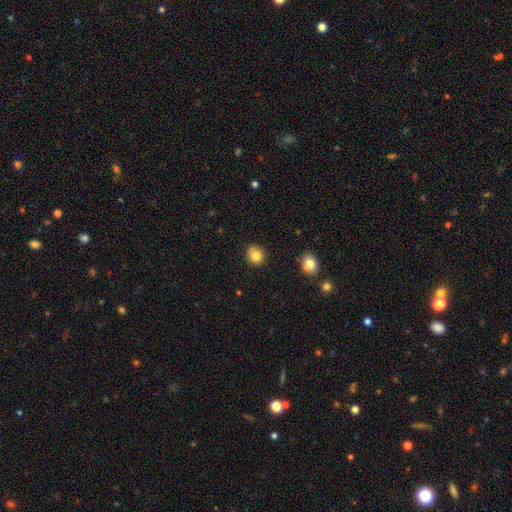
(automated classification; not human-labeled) This is clearly a smooth galaxy (83%). How rounded: likely round (79%). Merging: clearly none (87%).